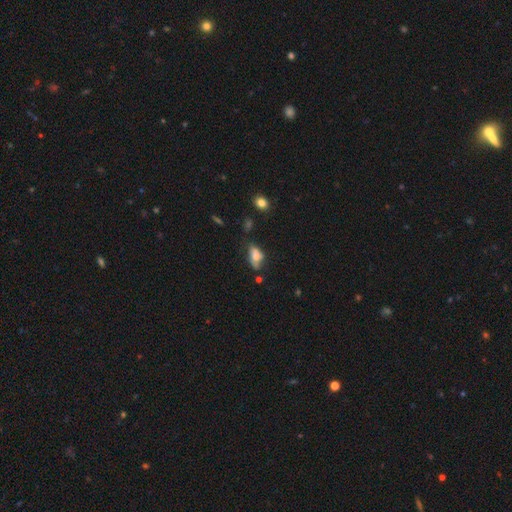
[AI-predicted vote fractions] The model was most divided on "merging": none: 37%, minor disturbance: 34%, major disturbance: 19%, merger: 10%. More confident: how rounded — in between (87%); smooth or featured — smooth (63%).